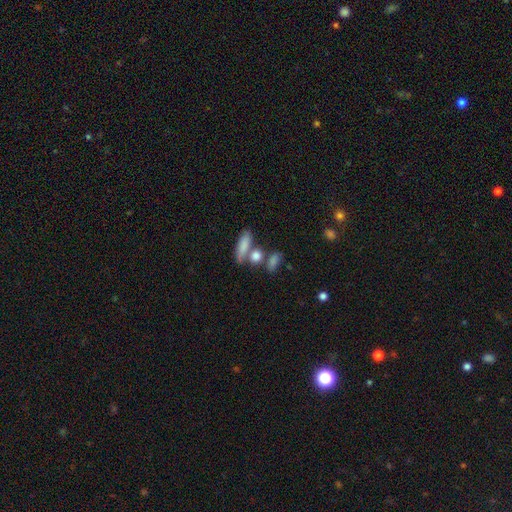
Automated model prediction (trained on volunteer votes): This is likely a smooth galaxy (80%). How rounded: likely in between (60%). Merging: possibly none (47%).